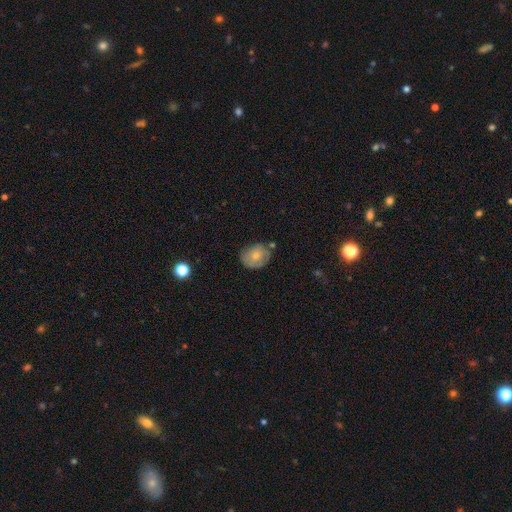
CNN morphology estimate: A smooth galaxy with no disk features (68%) that is in between round and cigar-shaped (53%). Merging: none (57%).